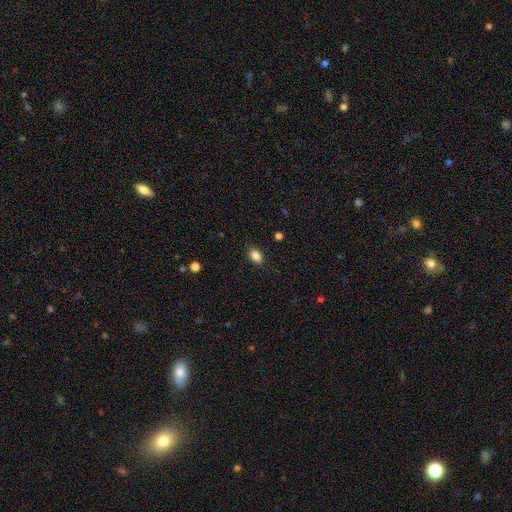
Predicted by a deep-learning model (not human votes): Smooth or featured: smooth — 85% (star or artifact — 10%)
How rounded: in between — 81% (round — 17%)
Merging: none — 86% (minor disturbance — 10%)